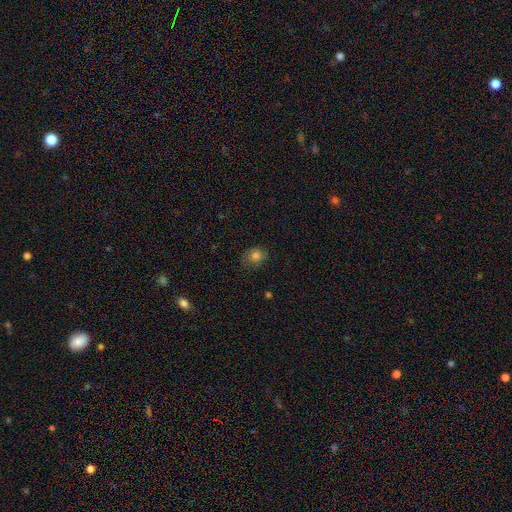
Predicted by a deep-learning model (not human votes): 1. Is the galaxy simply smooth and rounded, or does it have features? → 78% smooth, 11% featured or disk, 11% star or artifact.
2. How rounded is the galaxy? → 57% round, 42% in between, 1% cigar-shaped.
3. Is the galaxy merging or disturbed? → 63% none, 26% minor disturbance, 10% major disturbance, 1% merger.